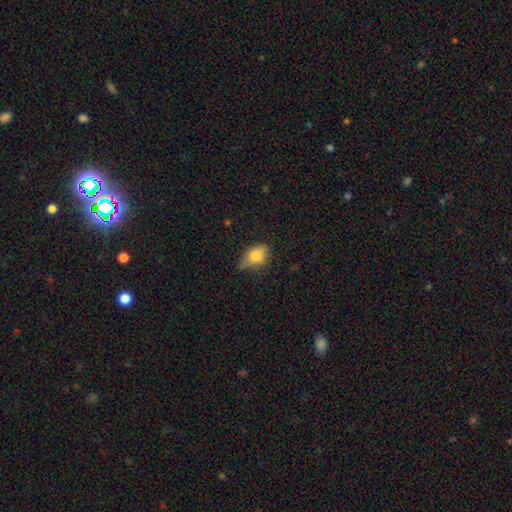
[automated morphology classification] smooth-or-featured: smooth: 72% | featured or disk: 19% | star or artifact: 9%
  how-rounded: in between: 76% | round: 20% | cigar-shaped: 4%
  merging: none: 47% | minor disturbance: 38% | major disturbance: 12% | merger: 3%